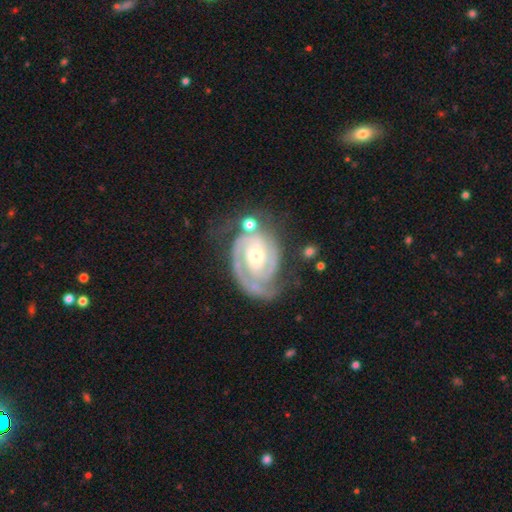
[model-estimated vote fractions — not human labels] featured or disk 91%, smooth 5%, star or artifact 4%. Down the decision tree: edge-on disk — no (97%); bar — no (58%); spiral arms — yes (97%); spiral arm count — 2 (55%); spiral winding — tight (72%); bulge size — moderate (55%); merging — none (59%).